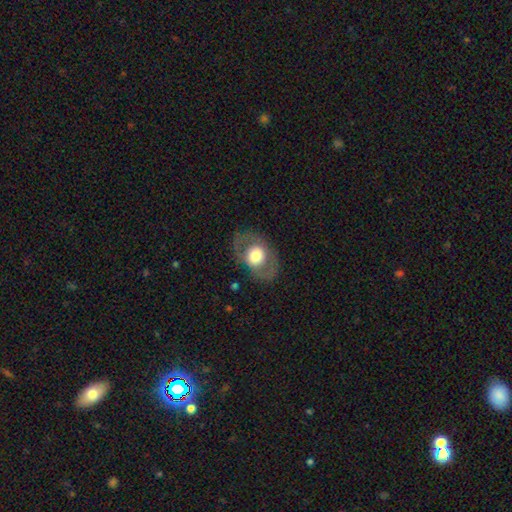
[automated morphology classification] Q: Smooth or featured?
A: smooth (50%); runner-up: featured or disk (43%)
Q: How rounded?
A: in between (60%); runner-up: round (39%)
Q: Merging?
A: none (78%); runner-up: minor disturbance (12%)